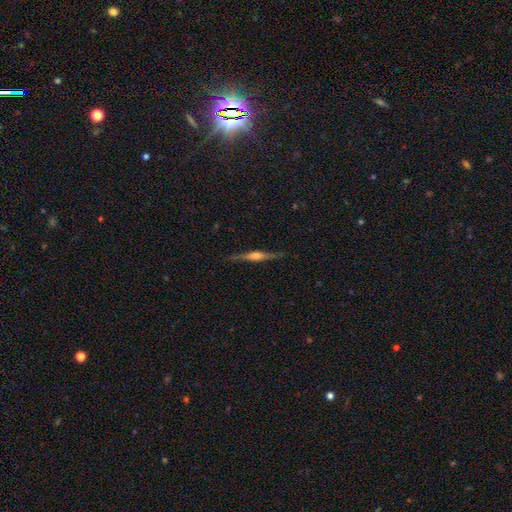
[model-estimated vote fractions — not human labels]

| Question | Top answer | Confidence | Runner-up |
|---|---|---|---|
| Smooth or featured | featured or disk | 78% | smooth (15%) |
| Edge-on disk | yes | 98% | no (2%) |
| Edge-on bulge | rounded | 67% | boxy (24%) |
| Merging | none | 87% | minor disturbance (9%) |